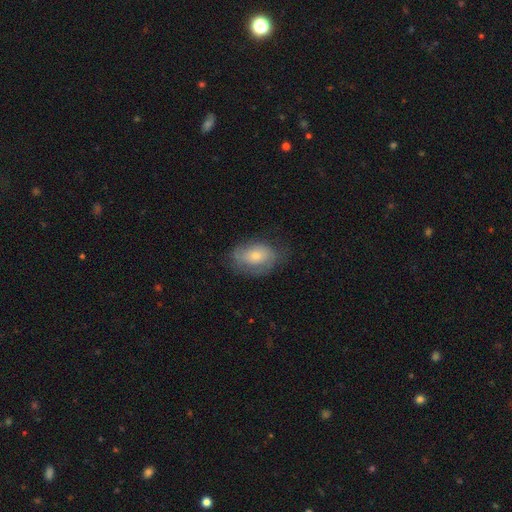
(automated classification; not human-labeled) Q: Smooth or featured?
A: smooth (54%); runner-up: featured or disk (37%)
Q: How rounded?
A: in between (85%); runner-up: round (13%)
Q: Merging?
A: none (65%); runner-up: minor disturbance (25%)